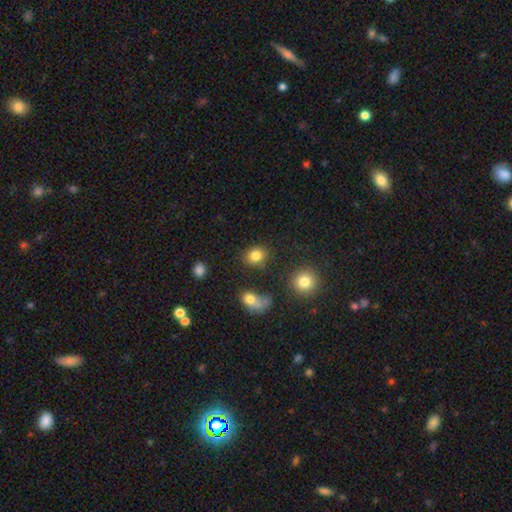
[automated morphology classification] Smooth or featured?
  - smooth: 82% *
  - star or artifact: 11%
  - featured or disk: 7%
How rounded?
  - round: 53% *
  - in between: 46%
  - cigar-shaped: 1%
Merging?
  - none: 79% *
  - minor disturbance: 11%
  - merger: 6%
  - major disturbance: 4%